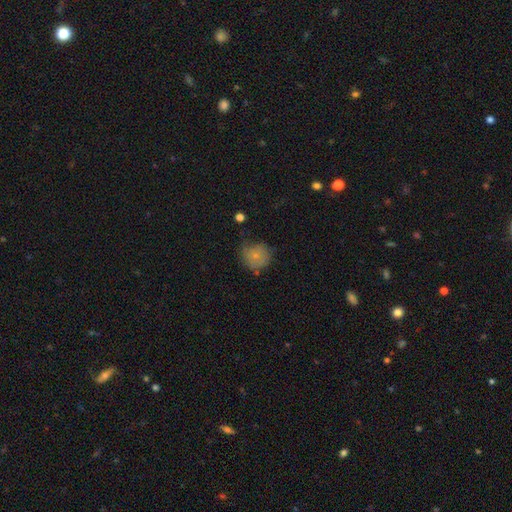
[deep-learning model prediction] This appears to be a smooth galaxy with no disk features (76%) that is round (86%). Merging: none (56%).